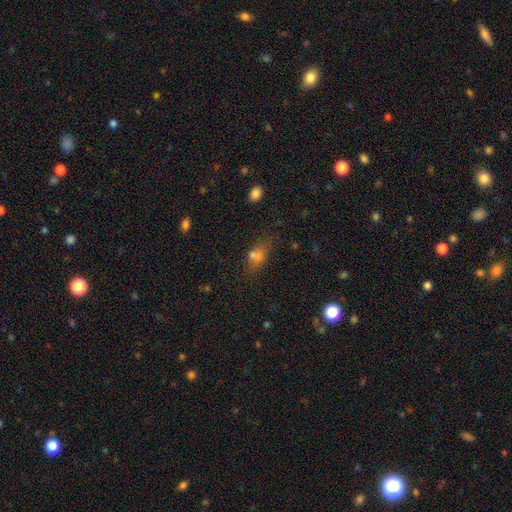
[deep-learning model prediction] Overall: smooth (68%). How rounded: in between (69%). Merging: none (51%; minor disturbance 22%).